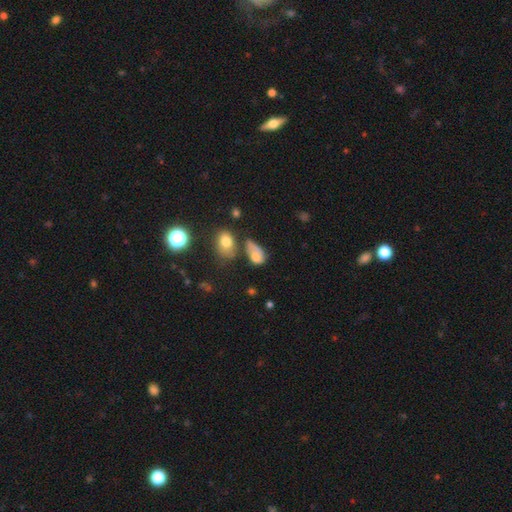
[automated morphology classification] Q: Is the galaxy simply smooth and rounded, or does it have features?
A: smooth — 69%.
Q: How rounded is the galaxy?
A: in between — 81%.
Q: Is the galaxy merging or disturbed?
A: major disturbance — 28%.